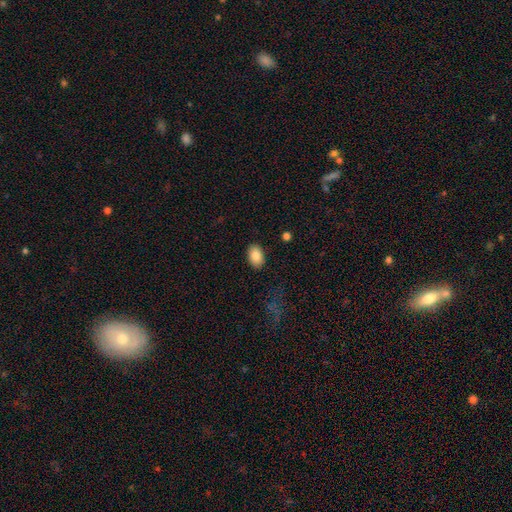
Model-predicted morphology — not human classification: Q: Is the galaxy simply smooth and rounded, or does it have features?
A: smooth — 85%.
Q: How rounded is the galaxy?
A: in between — 87%.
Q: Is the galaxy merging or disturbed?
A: none — 89%.